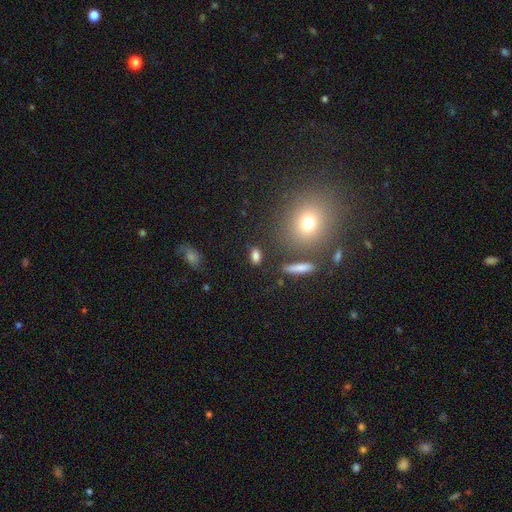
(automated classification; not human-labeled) This is clearly a smooth galaxy (80%). How rounded: likely in between (75%). Merging: likely none (80%).